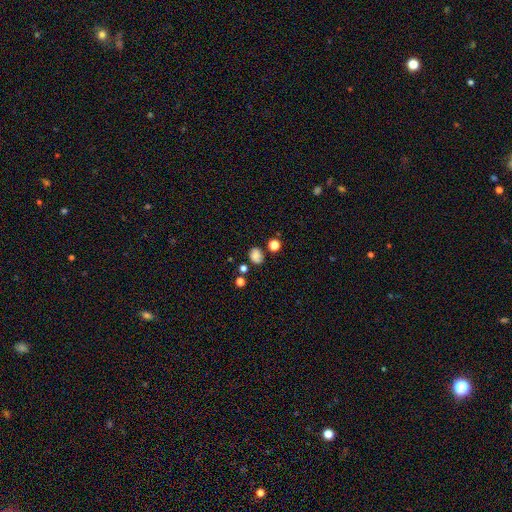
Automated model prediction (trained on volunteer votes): The model was most divided on "how rounded": round: 59%, in between: 40%, cigar-shaped: 1%. More confident: smooth or featured — smooth (76%); merging — none (73%).